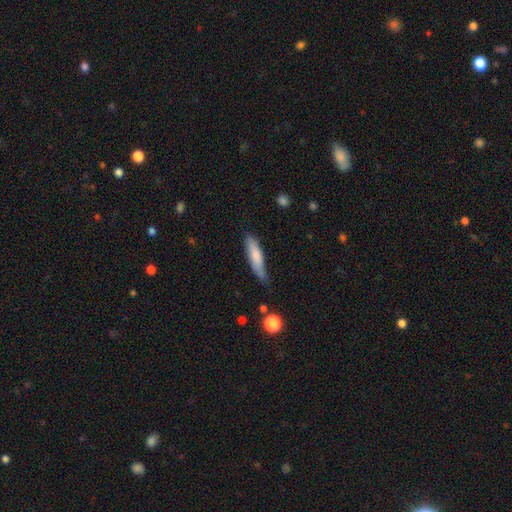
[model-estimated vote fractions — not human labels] A smooth galaxy with no disk features (75%) that is cigar-shaped (75%). Merging: none (63%).